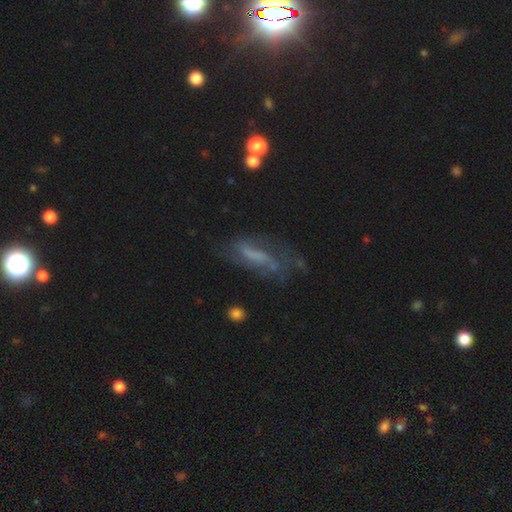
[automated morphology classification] smooth-or-featured: featured or disk: 59% | smooth: 28% | star or artifact: 12%
  disk-edge-on: no: 83% | yes: 17%
  merging: none: 51% | minor disturbance: 25% | major disturbance: 20% | merger: 4%